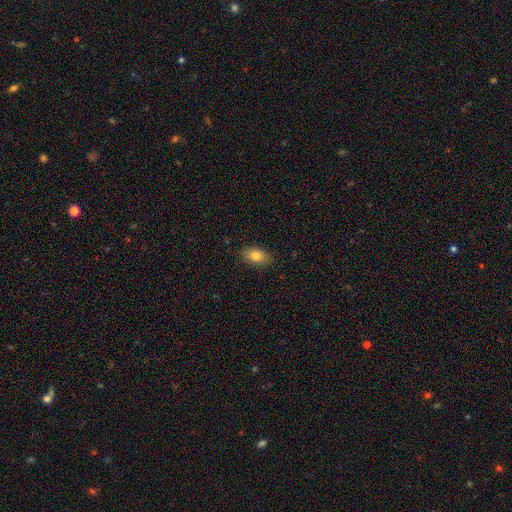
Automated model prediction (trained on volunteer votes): This appears to be a smooth galaxy with no disk features (81%) that is in between round and cigar-shaped (88%). Merging: none (87%).